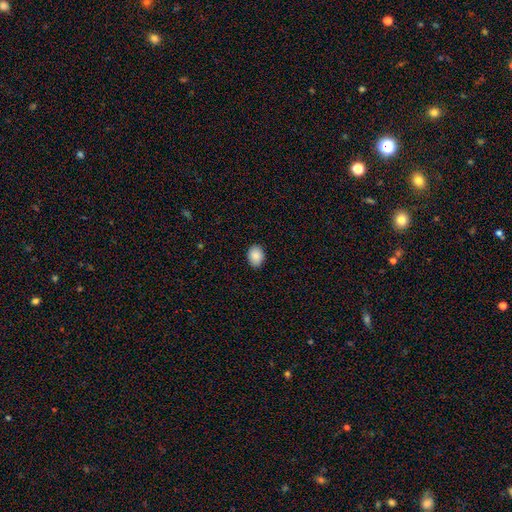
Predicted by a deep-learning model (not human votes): Smooth or featured? Predicted: smooth (p=0.88). How rounded? Predicted: in between (p=0.64). Merging? Predicted: none (p=0.88).